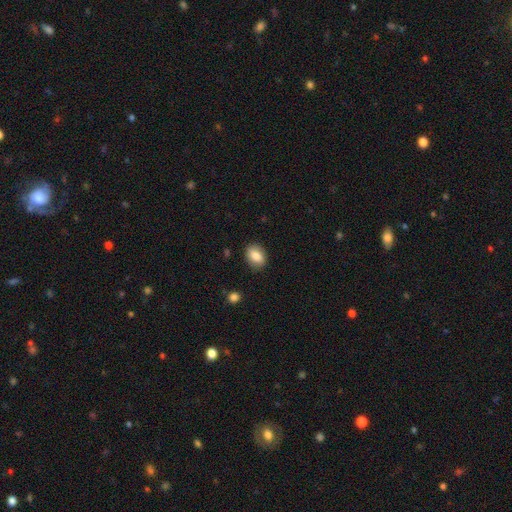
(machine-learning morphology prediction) A smooth galaxy with no disk features (86%) that is in between round and cigar-shaped (79%). Merging: none (86%).